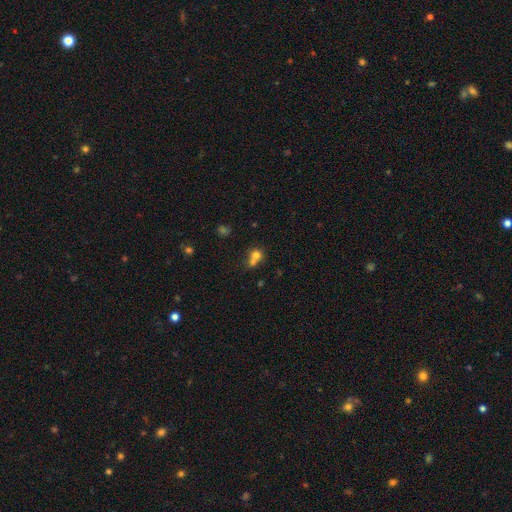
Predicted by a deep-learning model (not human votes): A smooth galaxy with no disk features (70%) that is round (79%). Merging: merger (56%).